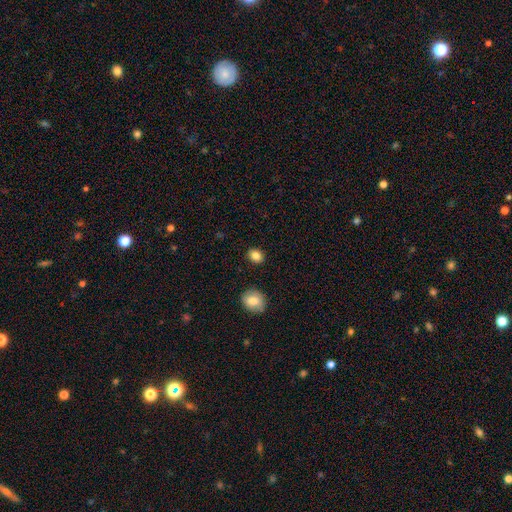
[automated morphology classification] A smooth galaxy with no disk features (84%) that is round (59%).

Vote fractions:
- Smooth or featured? smooth: 84% / star or artifact: 10% / featured or disk: 6%
- How rounded? round: 59% / in between: 40% / cigar-shaped: 1%
- Merging? none: 89% / minor disturbance: 7% / major disturbance: 2% / merger: 2%